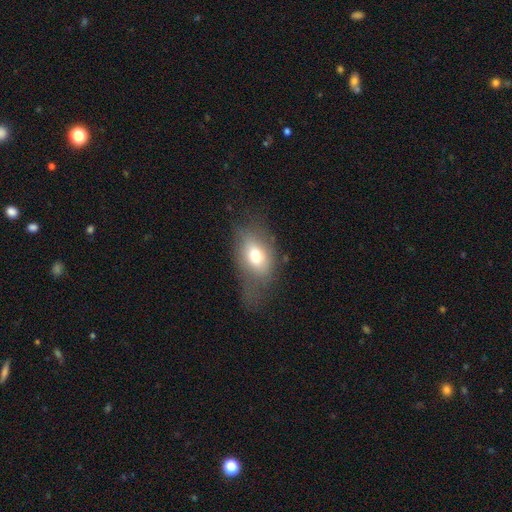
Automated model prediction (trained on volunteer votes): Smooth or featured? Predicted: smooth (p=0.70). How rounded? Predicted: in between (p=0.84). Merging? Predicted: none (p=0.46).